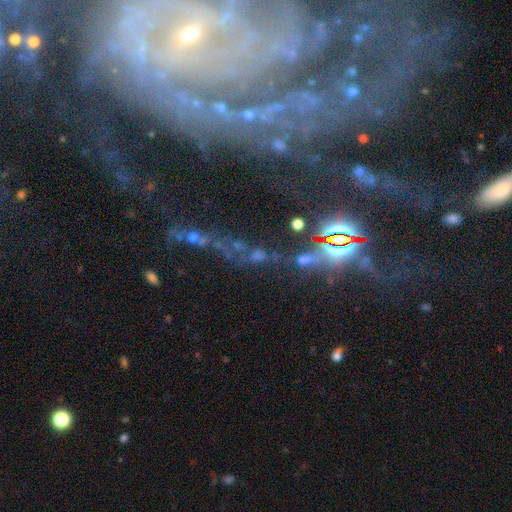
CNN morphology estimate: Q: Smooth or featured?
A: star or artifact (62%); runner-up: smooth (19%)